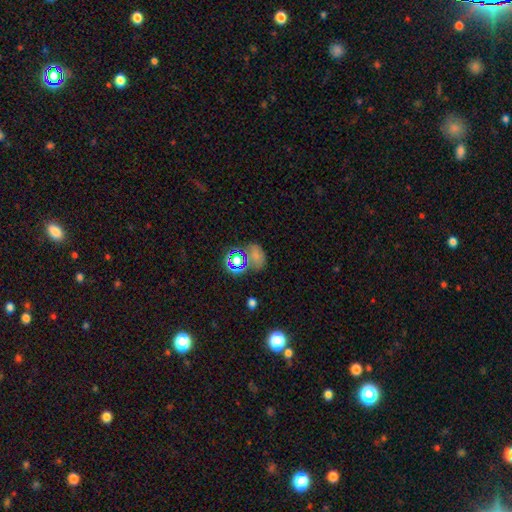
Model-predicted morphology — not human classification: This is possibly a smooth galaxy (59%). How rounded: likely in between (62%). Merging: possibly none (58%).